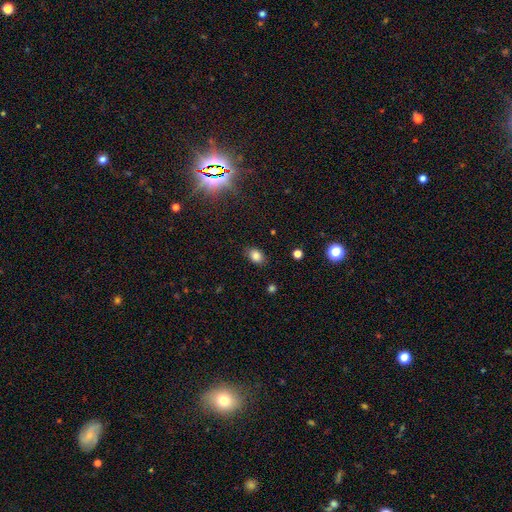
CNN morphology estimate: Smooth or featured: smooth — 83% (star or artifact — 11%)
How rounded: in between — 77% (round — 22%)
Merging: none — 84% (minor disturbance — 12%)